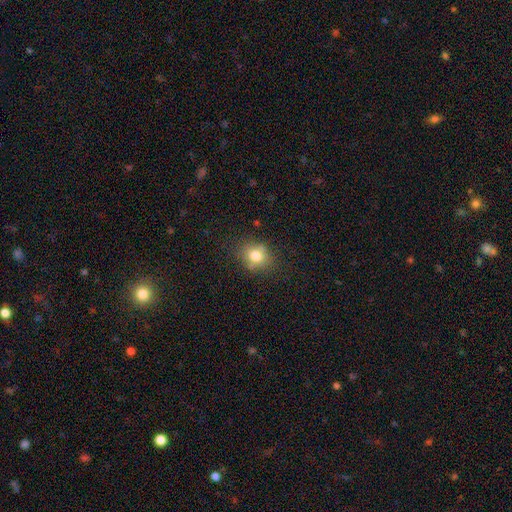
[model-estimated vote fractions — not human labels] Morphology: type=smooth (77%); roundness=round (56%); merging=none (73%).